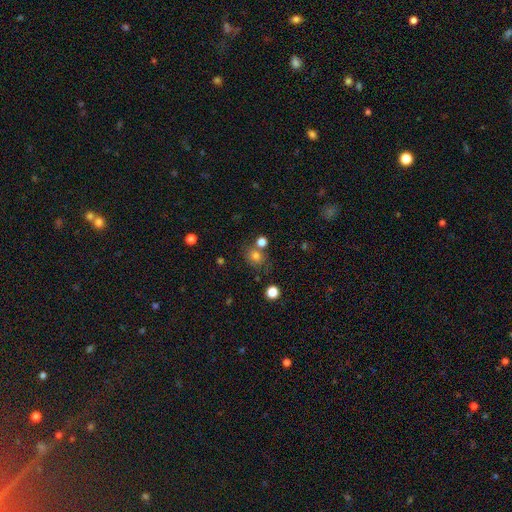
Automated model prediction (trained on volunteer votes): The model was most divided on "how rounded": round: 69%, in between: 30%, cigar-shaped: 1%. More confident: smooth or featured — smooth (77%); merging — none (66%).